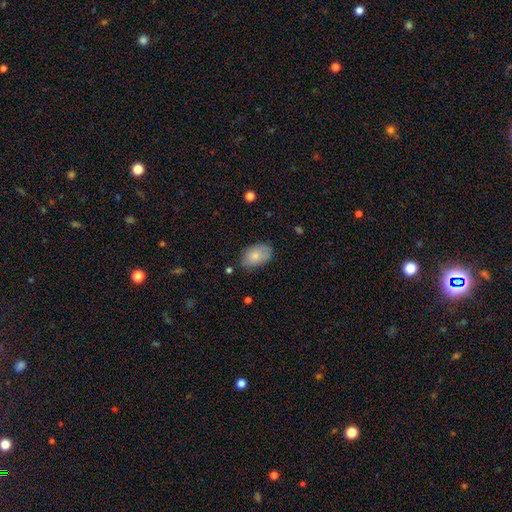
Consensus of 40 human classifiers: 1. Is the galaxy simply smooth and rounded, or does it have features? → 78% smooth, 20% featured or disk, 2% star or artifact.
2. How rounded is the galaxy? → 94% in between, 6% round, 0% cigar-shaped.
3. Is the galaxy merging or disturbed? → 79% none, 13% minor disturbance, 8% major disturbance, 0% merger.